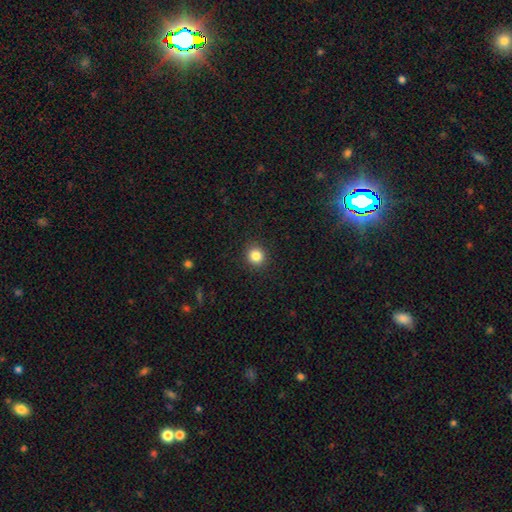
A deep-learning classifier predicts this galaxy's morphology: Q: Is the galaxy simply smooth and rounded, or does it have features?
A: smooth — 84%.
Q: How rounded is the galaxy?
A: round — 89%.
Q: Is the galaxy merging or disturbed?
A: none — 92%.